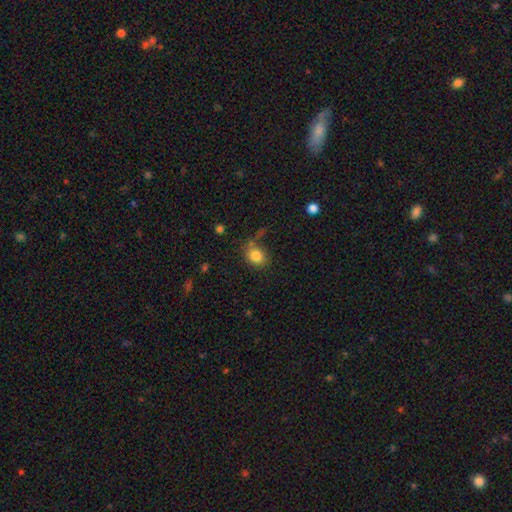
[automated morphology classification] The model was most divided on "how rounded": round: 53%, in between: 46%, cigar-shaped: 1%. More confident: smooth or featured — smooth (83%); merging — none (65%).